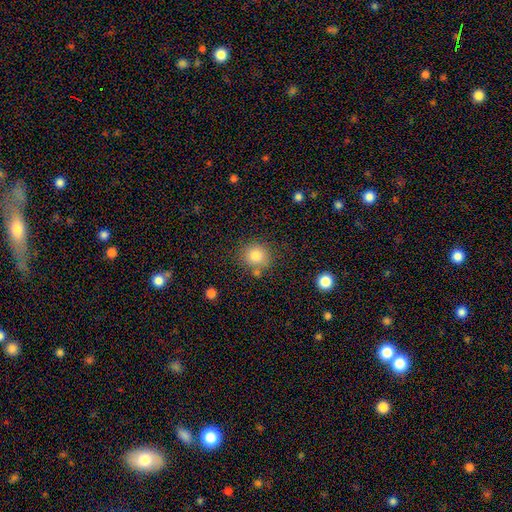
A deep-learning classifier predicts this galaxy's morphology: Q: Smooth or featured?
A: smooth (83%); runner-up: star or artifact (10%)
Q: How rounded?
A: round (85%); runner-up: in between (14%)
Q: Merging?
A: none (74%); runner-up: minor disturbance (13%)